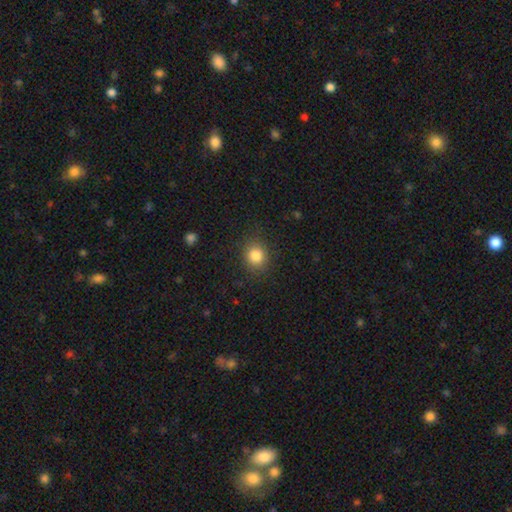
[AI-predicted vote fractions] Morphology: type=smooth (84%); roundness=round (78%); merging=none (85%).